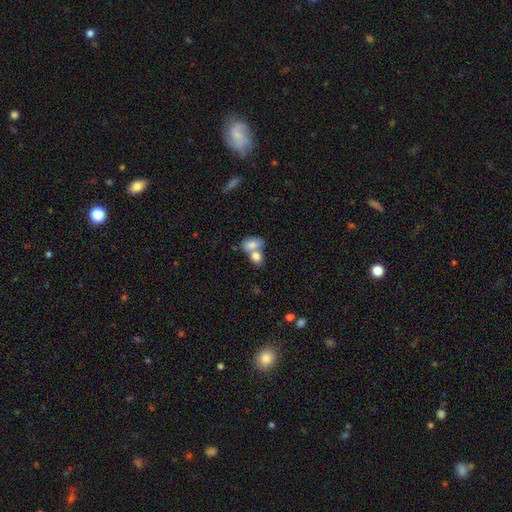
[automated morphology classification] Smooth or featured? smooth (80%)
How rounded? in between (72%)
Merging? merger (63%)